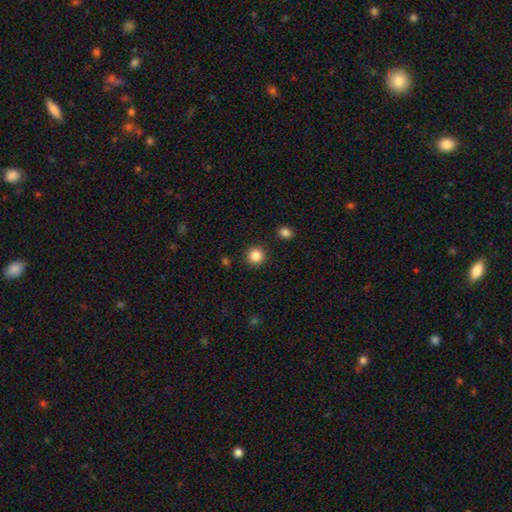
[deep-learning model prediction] smooth-or-featured: smooth: 86% | star or artifact: 10% | featured or disk: 4%
  how-rounded: round: 93% | in between: 6% | cigar-shaped: 1%
  merging: none: 90% | minor disturbance: 6% | major disturbance: 2% | merger: 2%